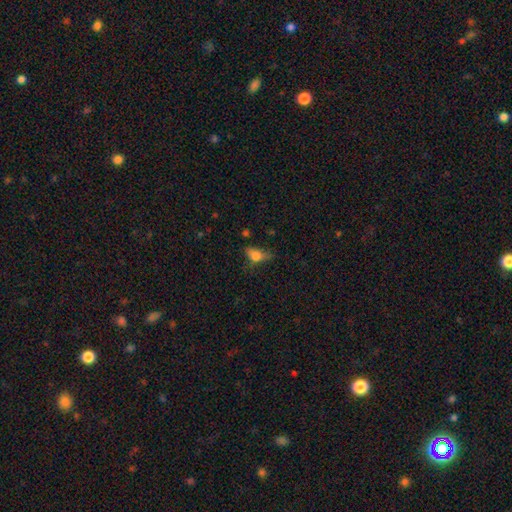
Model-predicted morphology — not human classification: The model was most divided on "merging": none: 40%, minor disturbance: 34%, major disturbance: 22%, merger: 3%. More confident: how rounded — in between (76%); smooth or featured — smooth (72%).